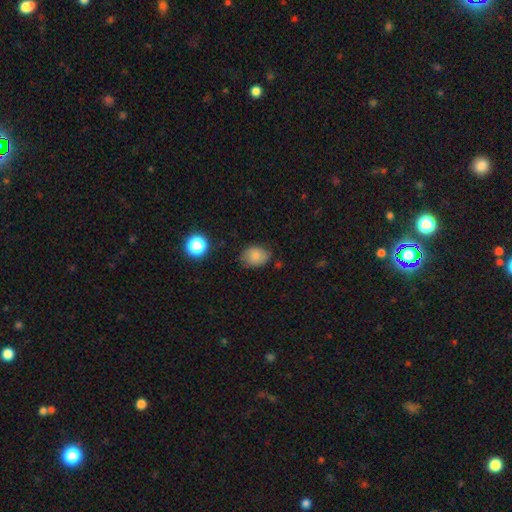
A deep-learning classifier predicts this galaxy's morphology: smooth 80%, star or artifact 11%, featured or disk 9%. Down the decision tree: how rounded — in between (58%); merging — none (68%).